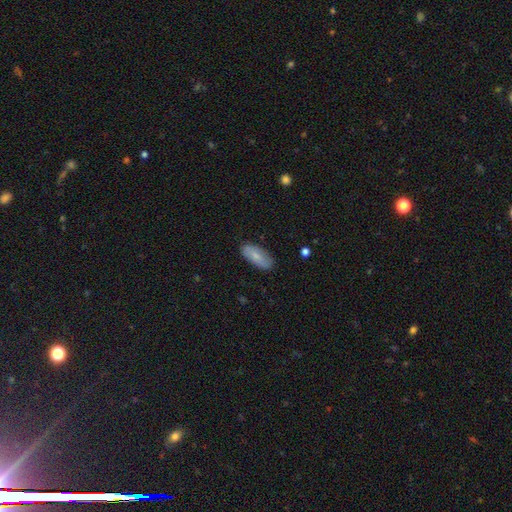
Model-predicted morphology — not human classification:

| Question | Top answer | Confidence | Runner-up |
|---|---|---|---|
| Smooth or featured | smooth | 76% | featured or disk (18%) |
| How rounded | in between | 84% | cigar-shaped (14%) |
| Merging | none | 84% | minor disturbance (12%) |